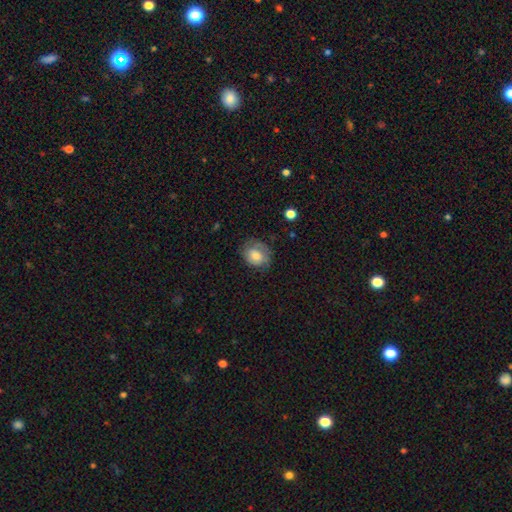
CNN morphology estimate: A smooth galaxy with no disk features (66%) that is round (54%).

Vote fractions:
- Smooth or featured? smooth: 66% / featured or disk: 26% / star or artifact: 8%
- How rounded? round: 54% / in between: 45% / cigar-shaped: 1%
- Merging? none: 64% / minor disturbance: 25% / major disturbance: 10% / merger: 1%